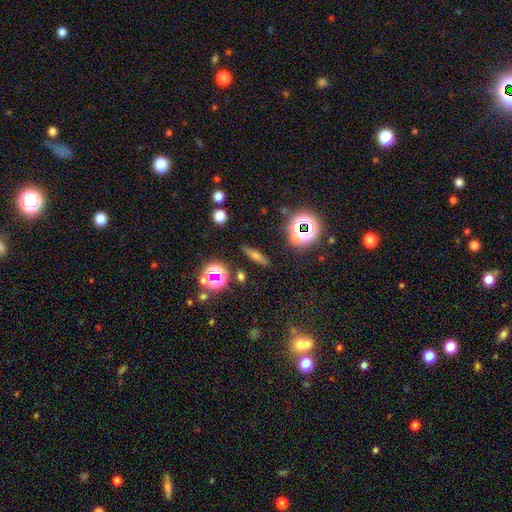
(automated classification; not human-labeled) The model was most divided on "smooth or featured": smooth: 52%, featured or disk: 27%, star or artifact: 21%. More confident: merging — none (85%); how rounded — cigar-shaped (65%).